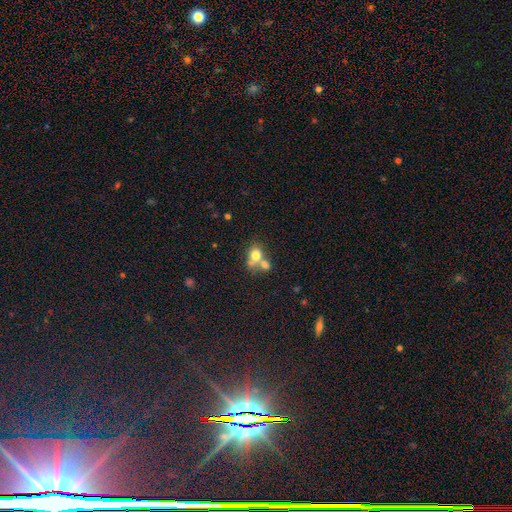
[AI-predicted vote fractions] Smooth or featured? Predicted: smooth (p=0.71). How rounded? Predicted: round (p=0.54). Merging? Predicted: merger (p=0.55).